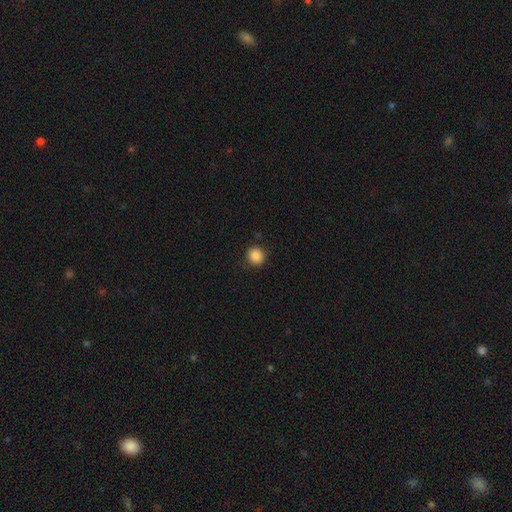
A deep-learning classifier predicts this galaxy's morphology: This is clearly a smooth galaxy (87%). How rounded: clearly round (91%). Merging: clearly none (88%).